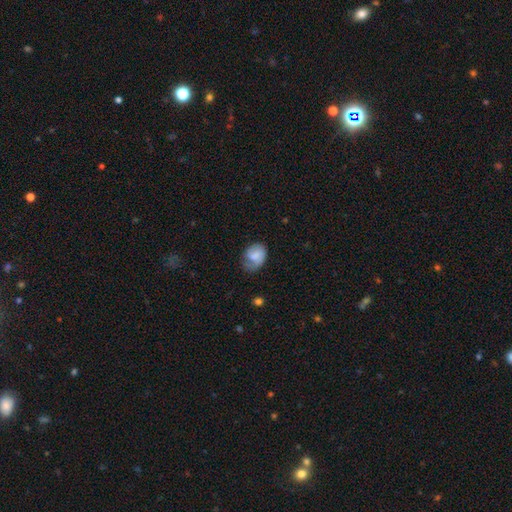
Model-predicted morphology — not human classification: A smooth galaxy with no disk features (65%) that is in between round and cigar-shaped (64%). Merging: none (44%).